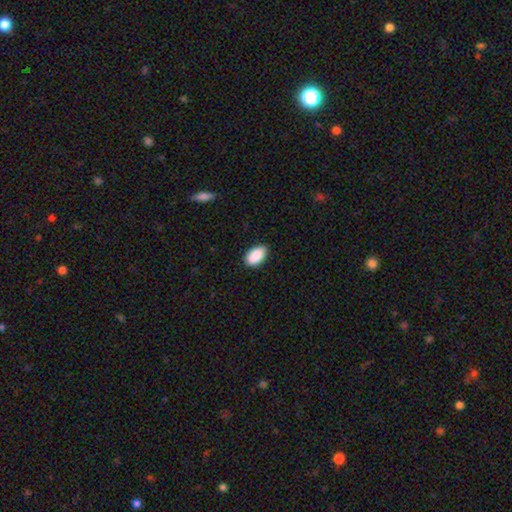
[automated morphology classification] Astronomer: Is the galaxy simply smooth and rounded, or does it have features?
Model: smooth — 90%.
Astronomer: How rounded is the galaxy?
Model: in between — 94%.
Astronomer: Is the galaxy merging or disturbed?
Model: none — 86%.